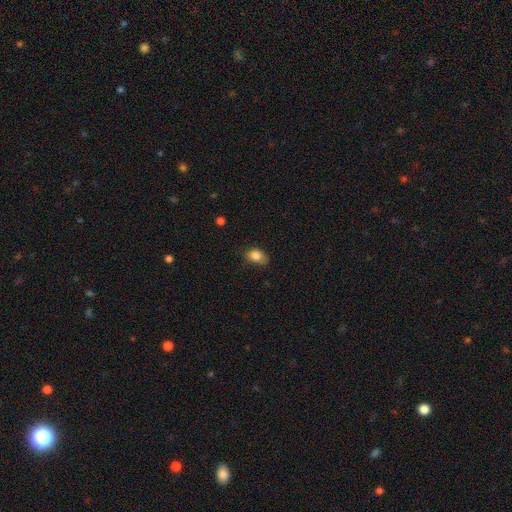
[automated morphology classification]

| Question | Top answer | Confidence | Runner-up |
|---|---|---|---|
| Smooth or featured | smooth | 84% | star or artifact (9%) |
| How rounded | in between | 74% | round (25%) |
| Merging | none | 67% | minor disturbance (26%) |